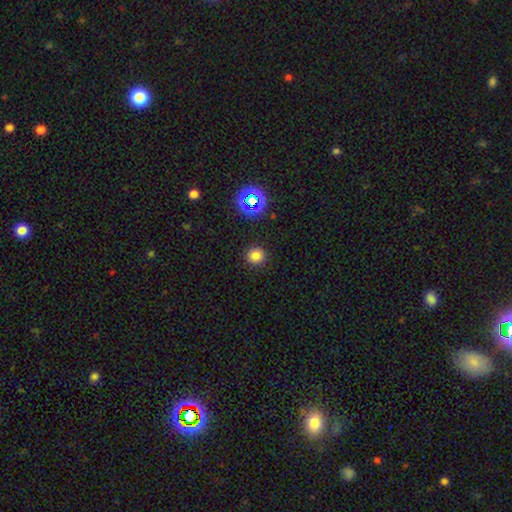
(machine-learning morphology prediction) type=smooth (77%); roundness=round (92%); merging=none (91%).